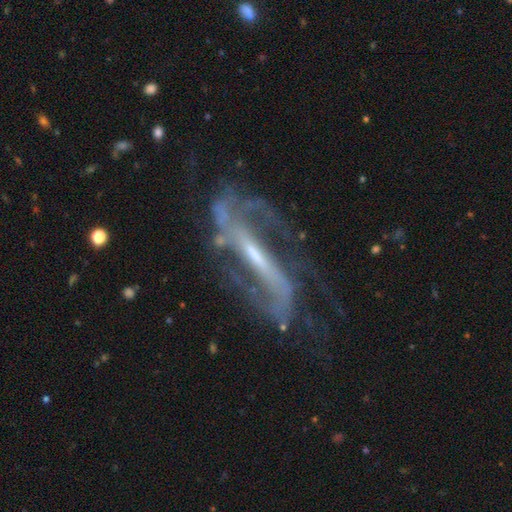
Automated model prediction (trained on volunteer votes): This is clearly a featured or disk galaxy (87%). It is clearly not viewed edge-on (82%). Bar: likely strong (66%). Spiral arm pattern: clearly yes (92%). Spiral arm count: clearly 2 (81%). Spiral winding: marginally loose (45%). Central bulge: possibly small (56%). Merging: possibly none (50%).